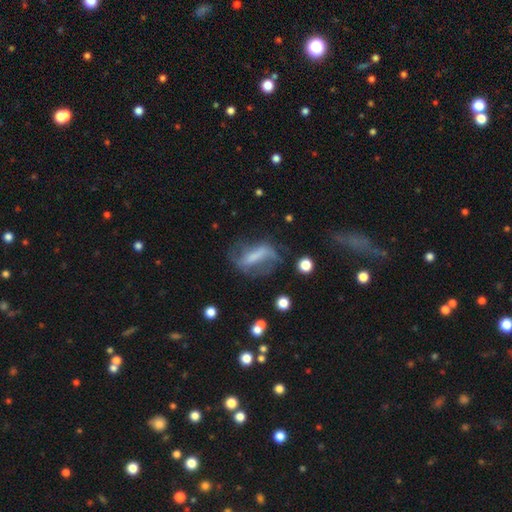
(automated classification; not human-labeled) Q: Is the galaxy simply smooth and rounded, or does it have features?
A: featured or disk — 56%.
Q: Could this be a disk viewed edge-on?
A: no — 88%.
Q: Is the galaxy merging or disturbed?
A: none — 44%.